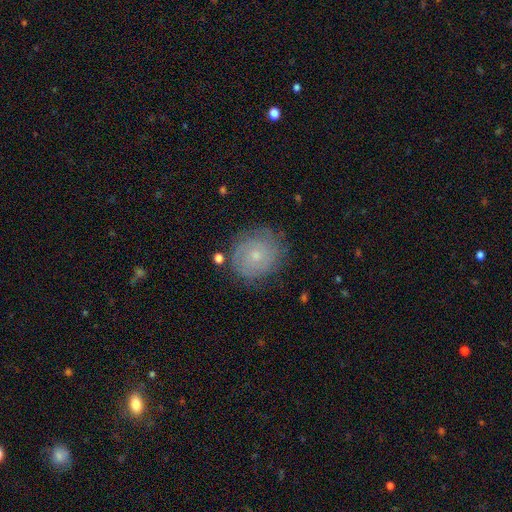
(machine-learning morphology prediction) Smooth or featured: featured or disk — 54% (smooth — 37%)
Edge-on disk: no — 97% (yes — 3%)
Bar: no — 84% (weak — 14%)
Spiral arms: yes — 78% (no — 22%)
Bulge size: small — 71% (moderate — 25%)
Merging: none — 77% (minor disturbance — 16%)